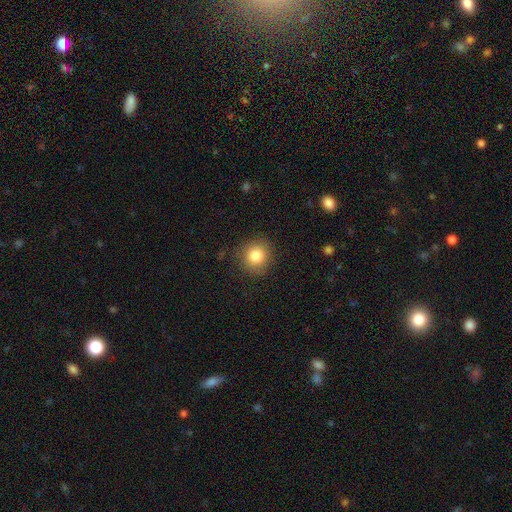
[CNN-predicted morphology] The model was most divided on "smooth or featured": smooth: 83%, star or artifact: 10%, featured or disk: 7%. More confident: how rounded — round (89%); merging — none (86%).